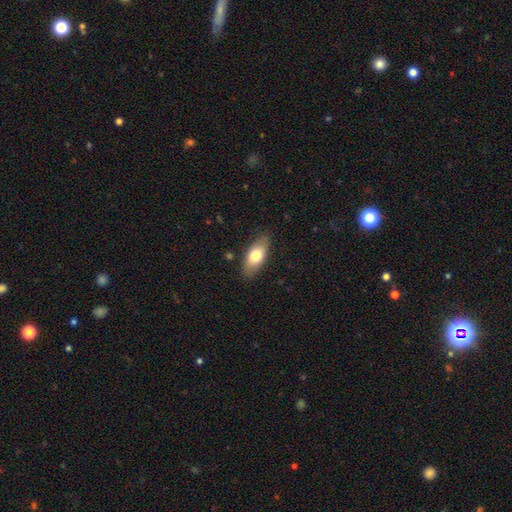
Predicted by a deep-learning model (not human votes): Smooth or featured? smooth (72%)
How rounded? in between (84%)
Merging? none (84%)